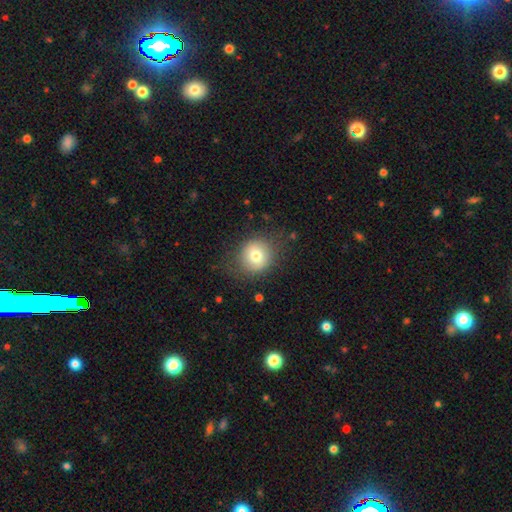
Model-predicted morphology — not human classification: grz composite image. It shows a smooth galaxy with no disk features (75%) that is round (85%). Merging: none (79%).